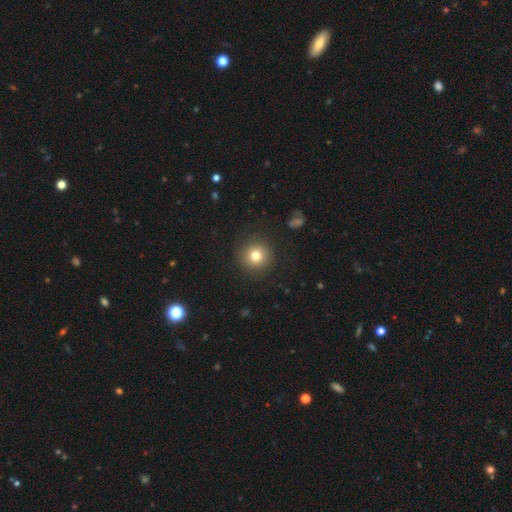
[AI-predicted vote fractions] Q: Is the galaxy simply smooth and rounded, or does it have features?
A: smooth — 78%.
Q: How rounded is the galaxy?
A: round — 95%.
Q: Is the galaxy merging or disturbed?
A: none — 90%.